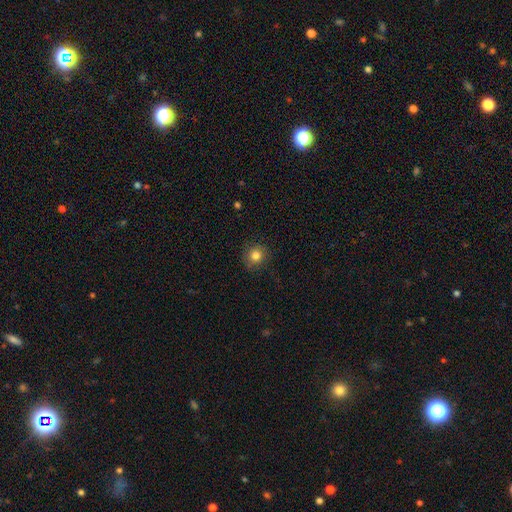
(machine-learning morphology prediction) This appears to be a smooth galaxy with no disk features (82%) that is round (89%). Merging: none (86%).